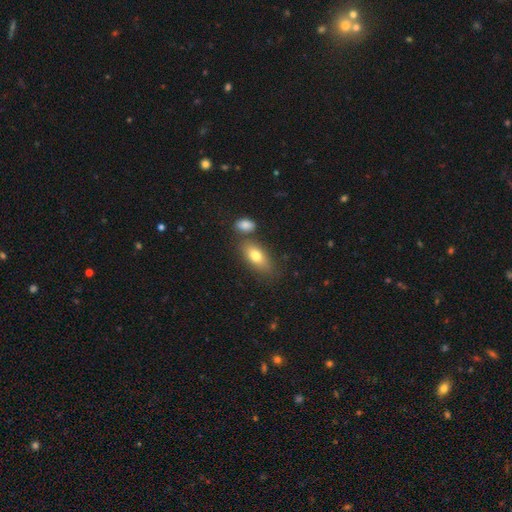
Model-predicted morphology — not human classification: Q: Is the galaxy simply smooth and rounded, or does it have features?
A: smooth — 77%.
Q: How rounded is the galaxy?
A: in between — 86%.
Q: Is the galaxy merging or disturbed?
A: none — 67%.